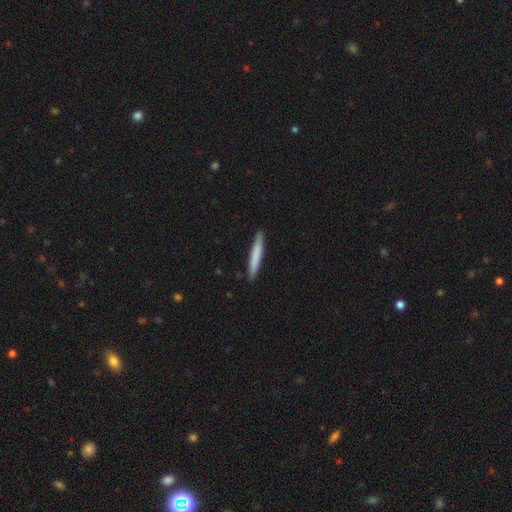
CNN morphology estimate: Overall: smooth (75%). How rounded: cigar-shaped (96%). Merging: none (90%).